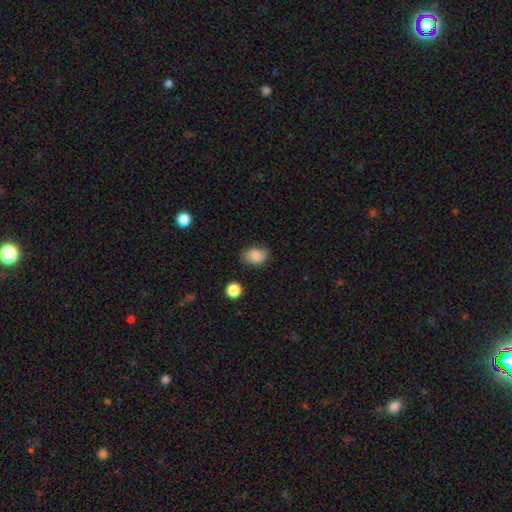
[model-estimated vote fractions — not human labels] Overall: smooth (84%). How rounded: in between (80%). Merging: none (74%).